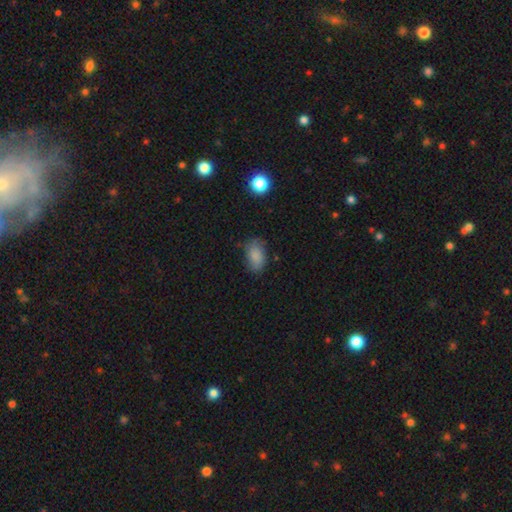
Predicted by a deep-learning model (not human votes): This appears to be a smooth galaxy with no disk features (82%) that is in between round and cigar-shaped (89%). Merging: none (71%).